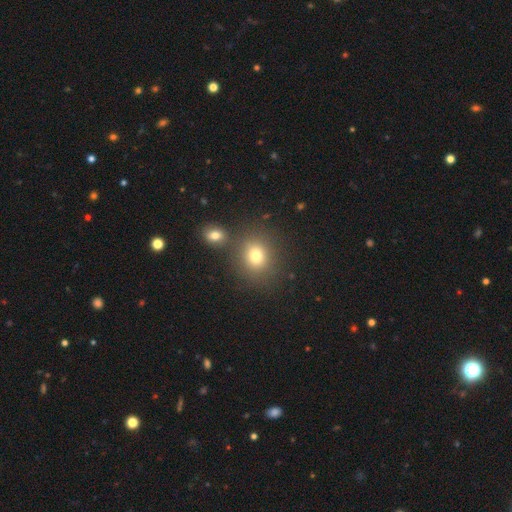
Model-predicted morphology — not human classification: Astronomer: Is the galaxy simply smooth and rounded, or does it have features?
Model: smooth — 75%.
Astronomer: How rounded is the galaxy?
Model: round — 74%.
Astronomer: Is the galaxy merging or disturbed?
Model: none — 72%.